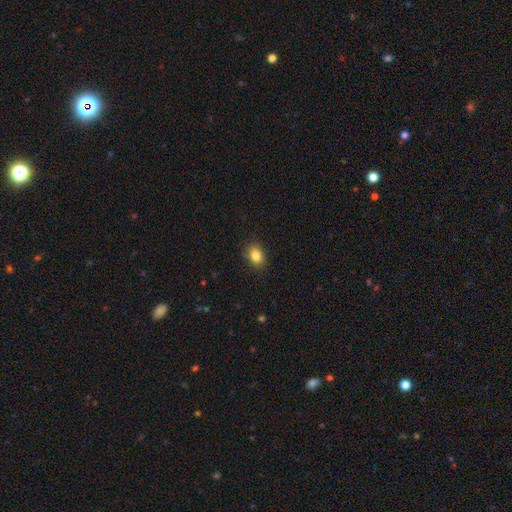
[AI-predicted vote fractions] Overall: smooth (85%). How rounded: in between (71%). Merging: none (86%).